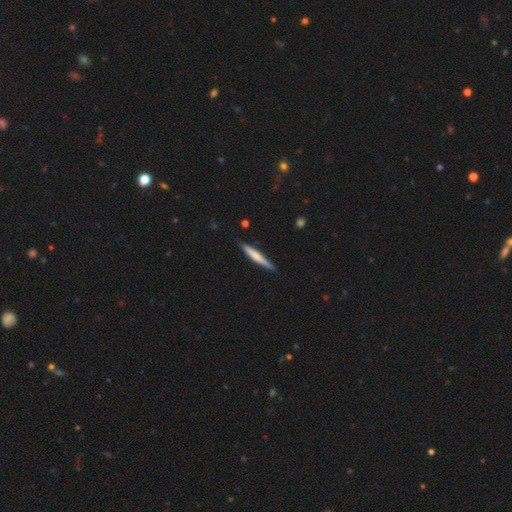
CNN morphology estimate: This is possibly a smooth galaxy (56%). How rounded: clearly cigar-shaped (94%). Merging: clearly none (85%).